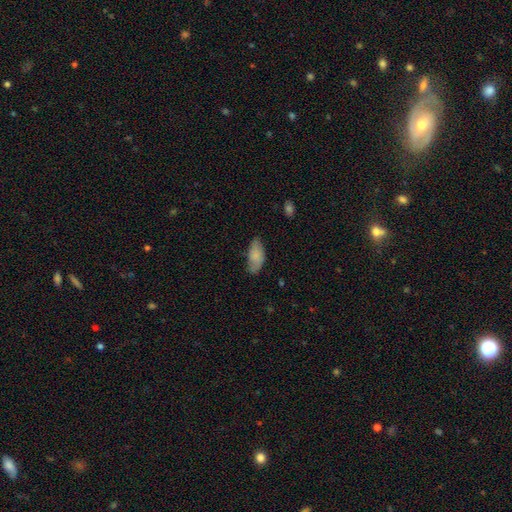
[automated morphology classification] type=smooth (79%); roundness=in between (91%); merging=none (61%).